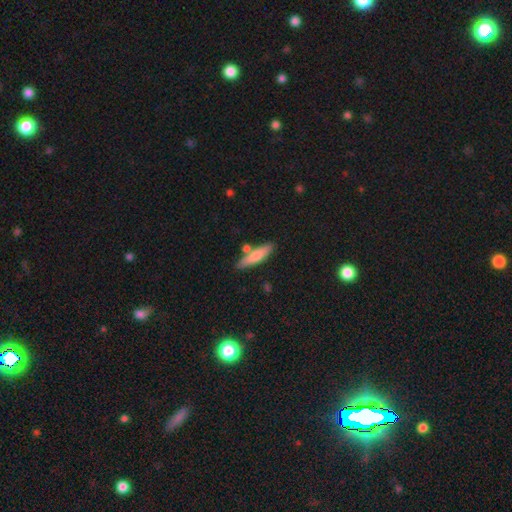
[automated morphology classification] Smooth or featured: smooth — 71% (featured or disk — 23%)
How rounded: cigar-shaped — 77% (in between — 21%)
Merging: none — 75% (minor disturbance — 12%)